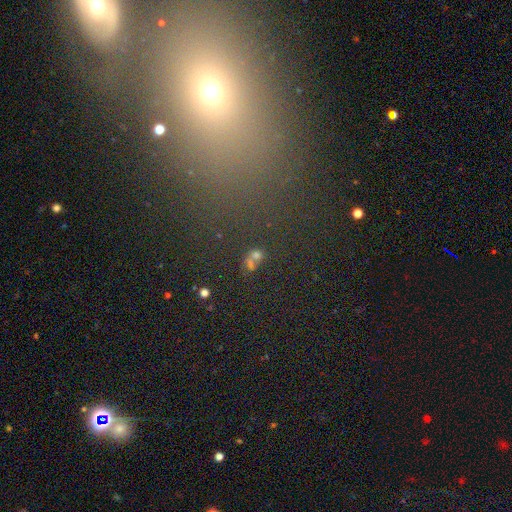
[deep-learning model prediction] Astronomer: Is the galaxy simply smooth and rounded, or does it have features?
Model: star or artifact — 54% (runner-up: smooth, 34%).